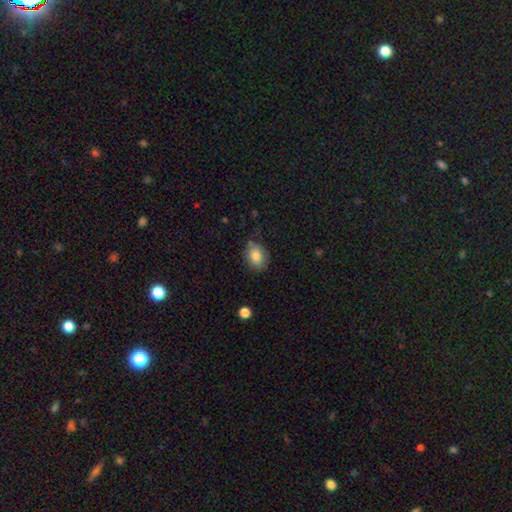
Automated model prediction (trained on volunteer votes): Smooth or featured? Predicted: smooth (p=0.82). How rounded? Predicted: in between (p=0.64). Merging? Predicted: none (p=0.74).